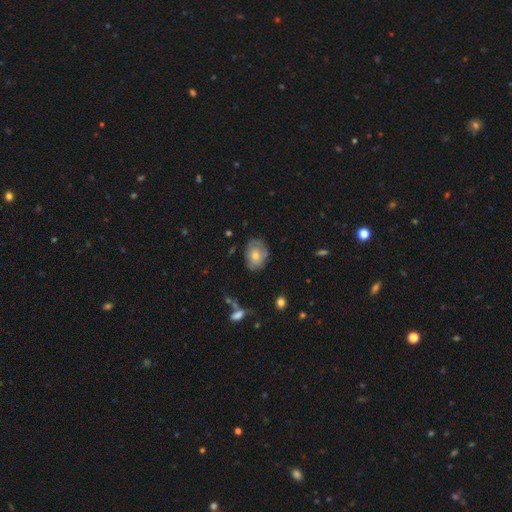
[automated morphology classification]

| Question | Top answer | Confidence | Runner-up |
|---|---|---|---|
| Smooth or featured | smooth | 58% | featured or disk (35%) |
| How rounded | in between | 70% | round (28%) |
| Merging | none | 65% | minor disturbance (25%) |